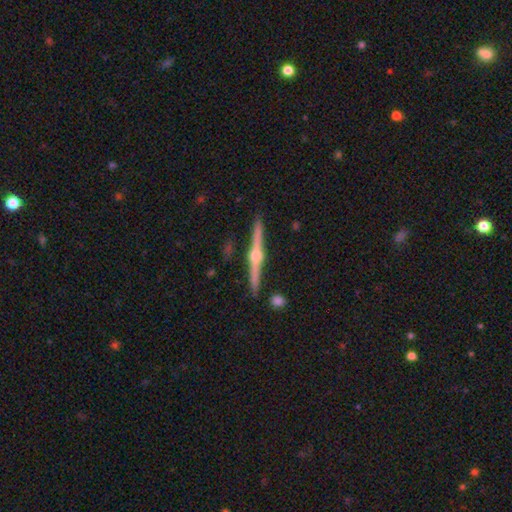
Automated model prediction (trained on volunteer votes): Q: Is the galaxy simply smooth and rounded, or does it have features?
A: featured or disk — 85%.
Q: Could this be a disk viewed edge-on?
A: yes — 98%.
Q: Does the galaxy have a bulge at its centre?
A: rounded — 92%.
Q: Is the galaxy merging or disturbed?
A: none — 90%.